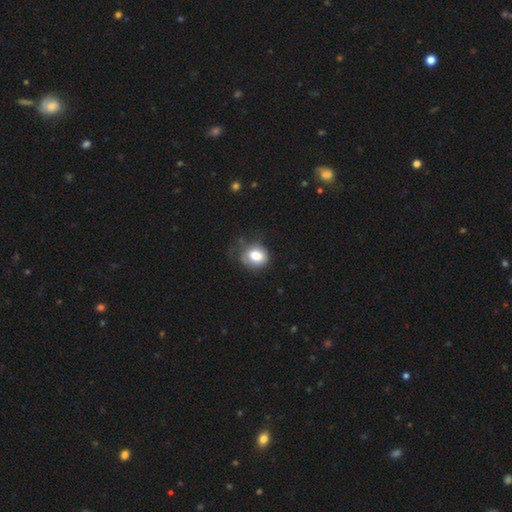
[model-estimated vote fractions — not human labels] smooth-or-featured: smooth: 78% | featured or disk: 14% | star or artifact: 9%
  how-rounded: round: 62% | in between: 37% | cigar-shaped: 1%
  merging: none: 52% | minor disturbance: 30% | major disturbance: 16% | merger: 2%